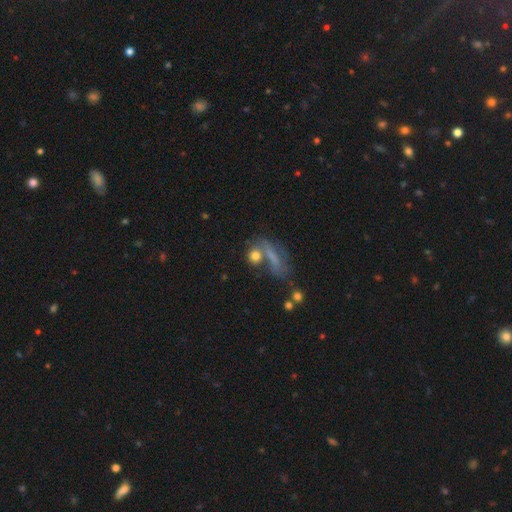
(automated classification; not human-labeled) This appears to be a smooth galaxy with no disk features (75%) that is round (58%). Merging: none (45%).